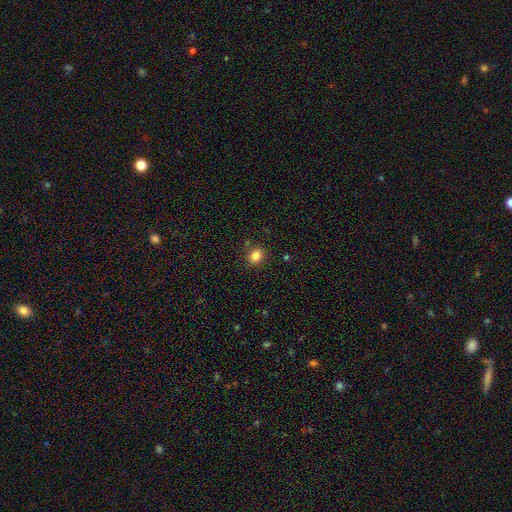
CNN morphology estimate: smooth 84%, star or artifact 11%, featured or disk 5%. Down the decision tree: how rounded — round (70%); merging — none (86%).